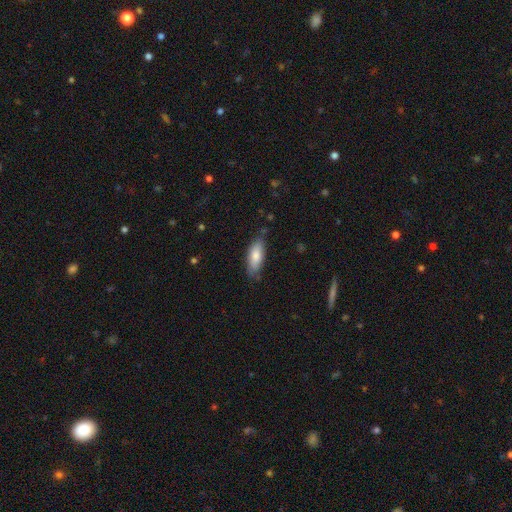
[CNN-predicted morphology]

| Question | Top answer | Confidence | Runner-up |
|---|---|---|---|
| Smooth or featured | smooth | 79% | featured or disk (15%) |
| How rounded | in between | 75% | cigar-shaped (23%) |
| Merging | none | 73% | minor disturbance (22%) |